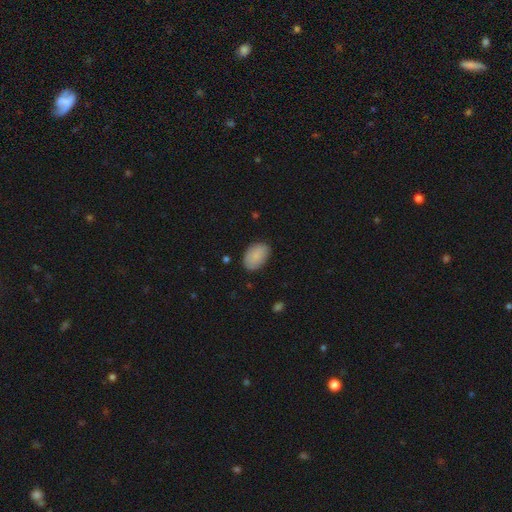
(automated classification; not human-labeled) Smooth or featured?
  - smooth: 86% *
  - featured or disk: 7%
  - star or artifact: 6%
How rounded?
  - in between: 91% *
  - round: 8%
  - cigar-shaped: 1%
Merging?
  - none: 82% *
  - minor disturbance: 14%
  - major disturbance: 3%
  - merger: 1%